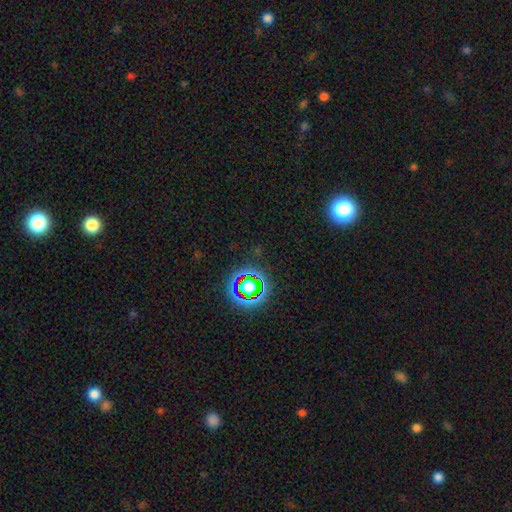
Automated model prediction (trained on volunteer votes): Smooth or featured? star or artifact (74%)